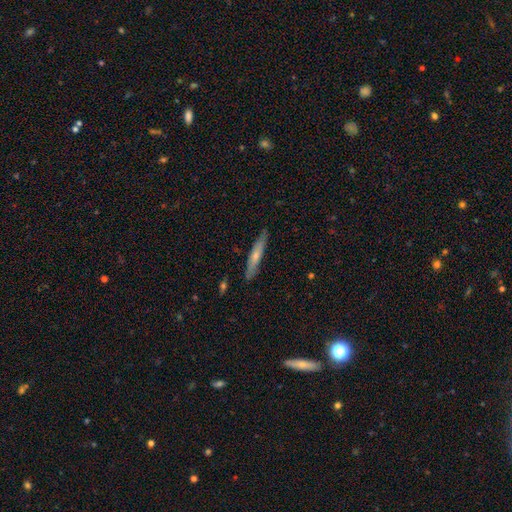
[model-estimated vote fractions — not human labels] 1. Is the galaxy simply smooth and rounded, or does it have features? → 52% smooth, 42% featured or disk, 6% star or artifact.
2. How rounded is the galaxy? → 92% cigar-shaped, 7% in between, 1% round.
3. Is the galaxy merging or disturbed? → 86% none, 11% minor disturbance, 2% major disturbance, 1% merger.